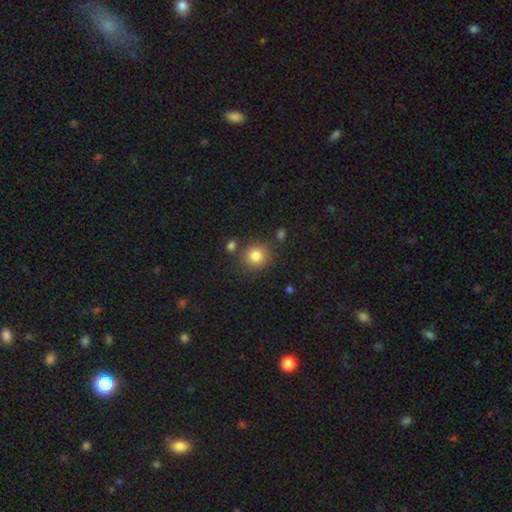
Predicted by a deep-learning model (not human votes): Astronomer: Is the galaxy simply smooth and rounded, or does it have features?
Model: smooth — 83%.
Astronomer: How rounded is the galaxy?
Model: round — 82%.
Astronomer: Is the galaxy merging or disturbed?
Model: none — 80%.